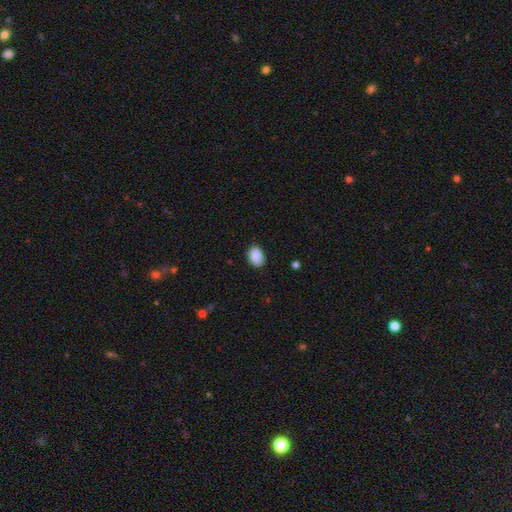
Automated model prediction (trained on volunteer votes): This appears to be a smooth galaxy with no disk features (89%) that is in between round and cigar-shaped (80%). Merging: none (80%).